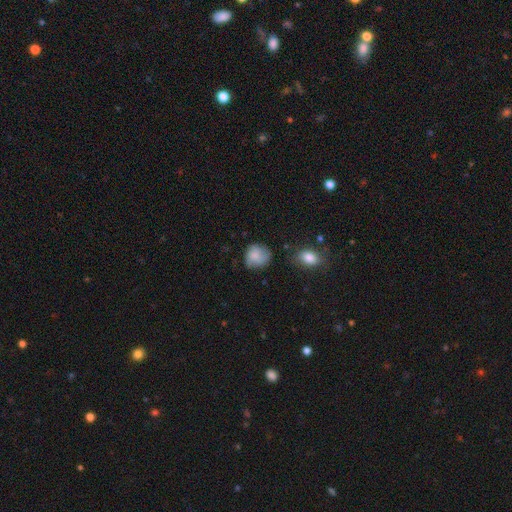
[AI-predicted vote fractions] The model was most divided on "merging": none: 61%, minor disturbance: 27%, major disturbance: 9%, merger: 3%. More confident: how rounded — round (76%); smooth or featured — smooth (71%).